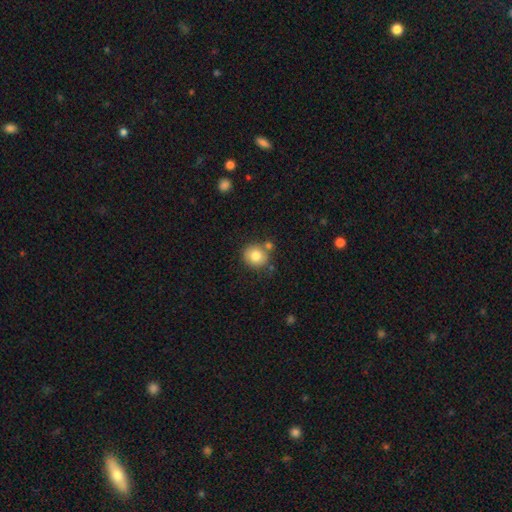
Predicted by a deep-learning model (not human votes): This appears to be a smooth galaxy with no disk features (81%) that is round (85%). Merging: none (69%).